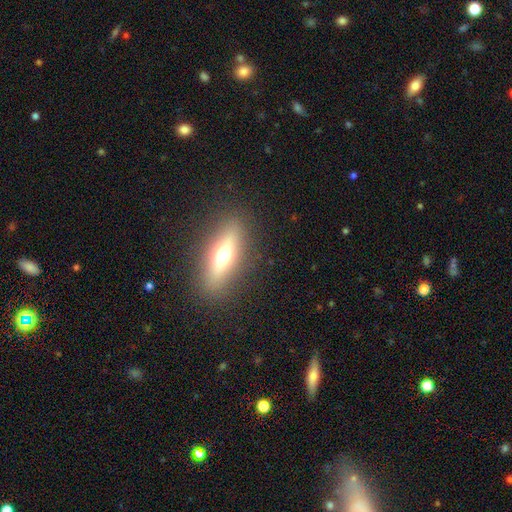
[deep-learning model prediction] The model was most divided on "smooth or featured" (2-way tie): smooth: 45%, featured or disk: 45%, star or artifact: 10%. More confident: merging — none (88%).